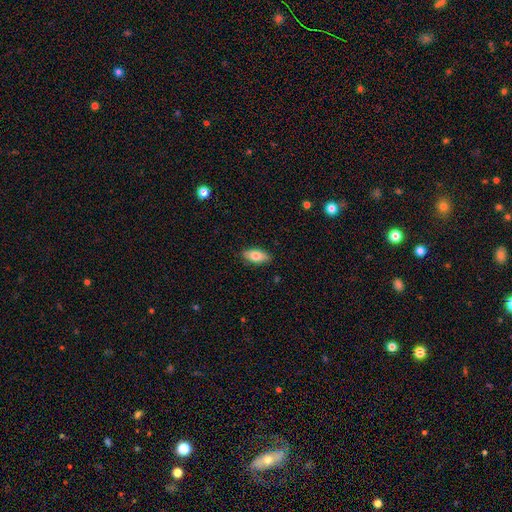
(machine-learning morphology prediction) Overall: smooth (78%). How rounded: in between (88%). Merging: none (86%).